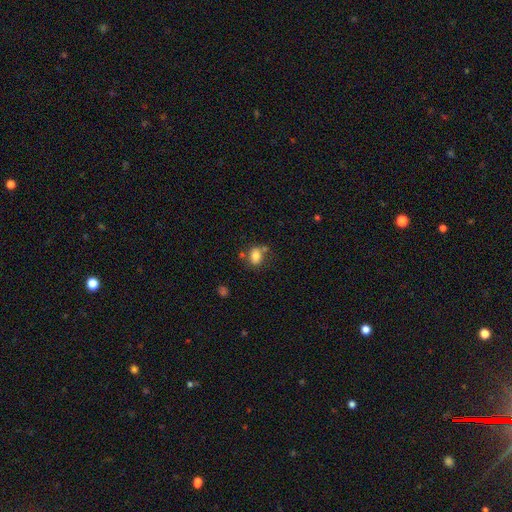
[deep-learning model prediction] Morphology: type=smooth (79%); roundness=in between (62%); merging=none (56%).